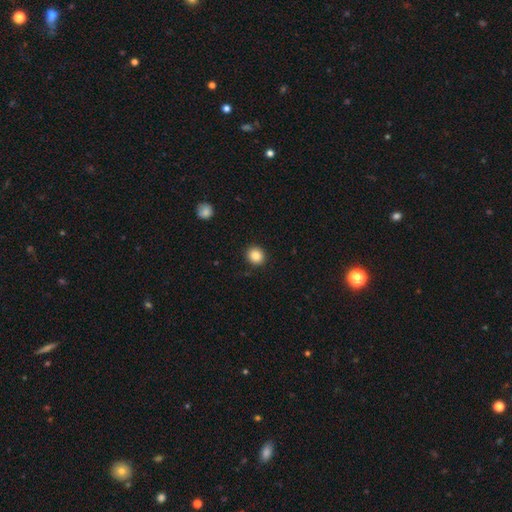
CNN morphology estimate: This appears to be a smooth galaxy with no disk features (87%) that is round (86%). Merging: none (91%).